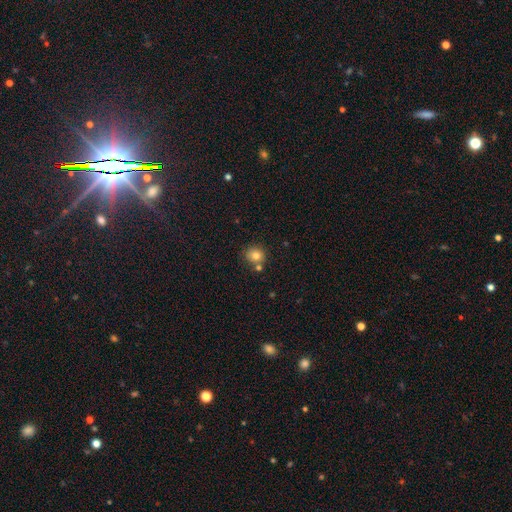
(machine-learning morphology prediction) Smooth or featured: smooth — 79% (star or artifact — 12%)
How rounded: round — 83% (in between — 16%)
Merging: none — 70% (merger — 17%)